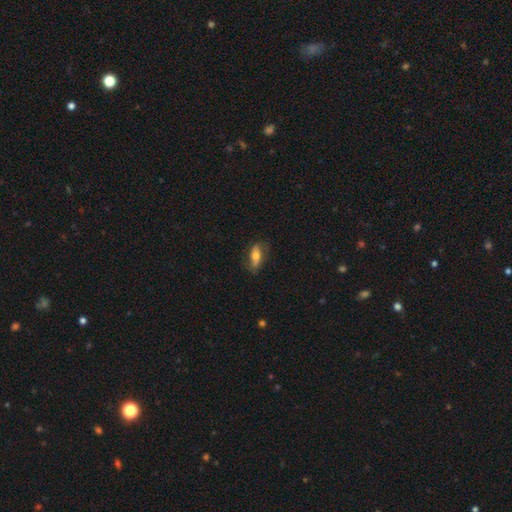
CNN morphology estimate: smooth 57%, featured or disk 36%, star or artifact 7%. Down the decision tree: how rounded — in between (69%); merging — none (72%).